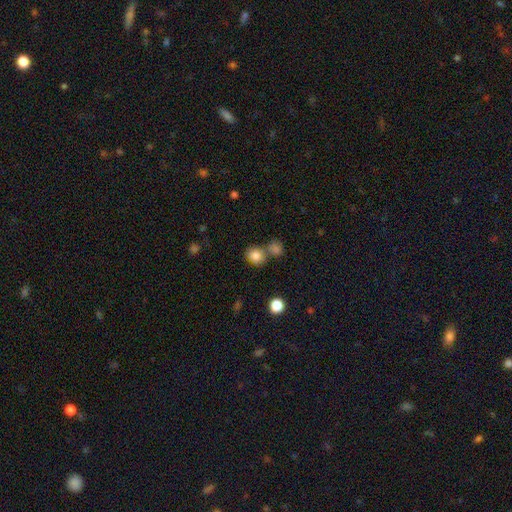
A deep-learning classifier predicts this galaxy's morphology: Overall: smooth (83%). How rounded: round (72%). Merging: none (58%; merger 27%).